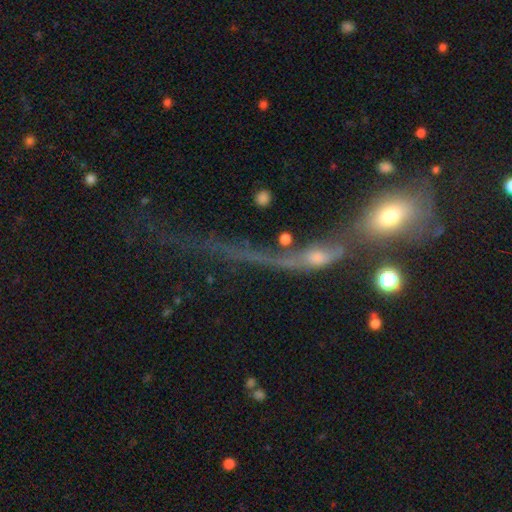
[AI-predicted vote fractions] Overall: featured or disk (49%; smooth 27%). Merging: merger (44%; major disturbance 24%).